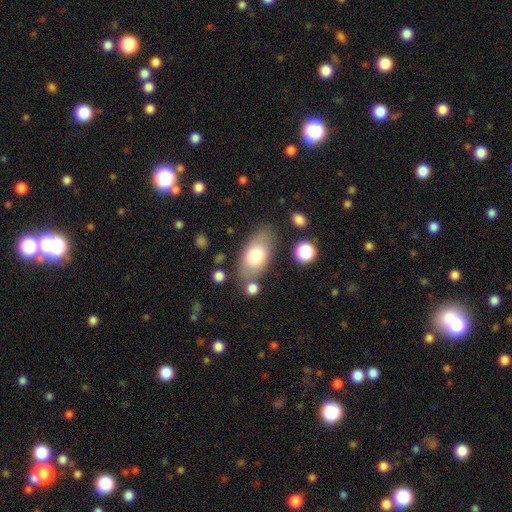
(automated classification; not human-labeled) Overall: smooth (72%). How rounded: in between (89%). Merging: none (72%).